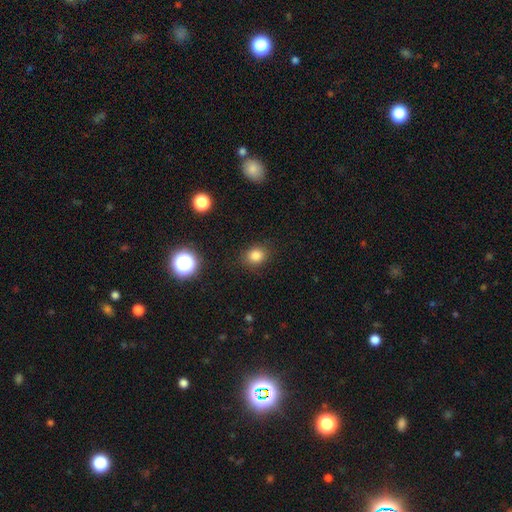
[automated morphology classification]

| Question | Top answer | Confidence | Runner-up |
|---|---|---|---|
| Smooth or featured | smooth | 82% | star or artifact (13%) |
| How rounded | round | 69% | in between (30%) |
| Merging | none | 86% | minor disturbance (10%) |